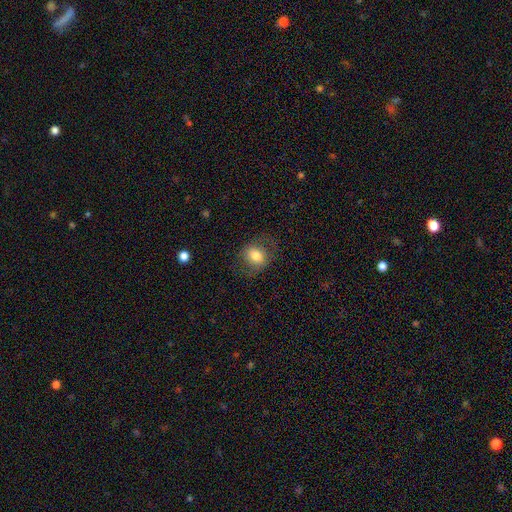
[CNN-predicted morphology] type=smooth (72%); roundness=round (60%); merging=none (72%).